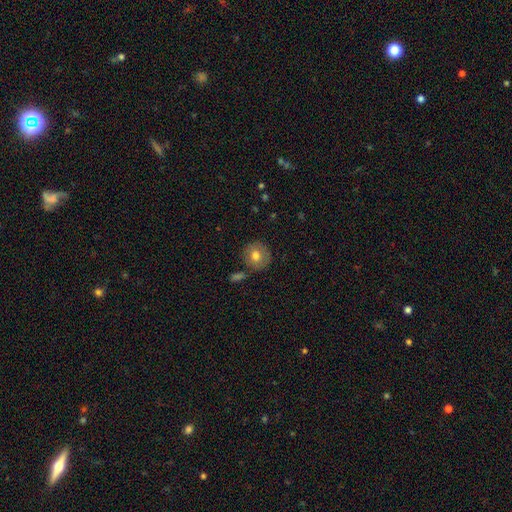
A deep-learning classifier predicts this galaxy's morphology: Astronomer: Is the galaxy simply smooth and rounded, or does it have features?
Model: smooth — 72%.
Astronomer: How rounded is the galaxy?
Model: round — 90%.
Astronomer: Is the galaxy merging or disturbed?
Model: none — 79%.